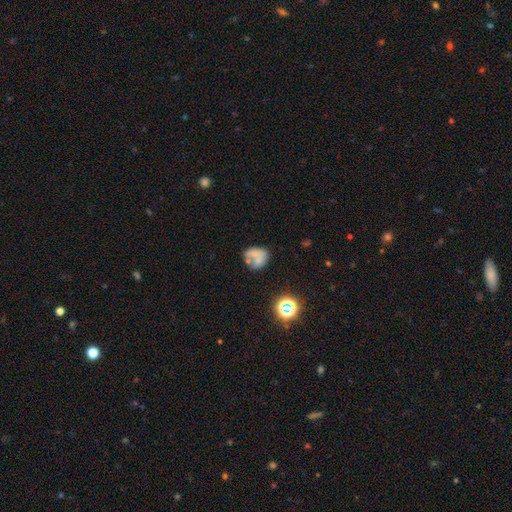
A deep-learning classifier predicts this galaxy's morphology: smooth-or-featured: smooth: 56% | featured or disk: 29% | star or artifact: 16%
  how-rounded: round: 55% | in between: 43% | cigar-shaped: 1%
  merging: none: 41% | minor disturbance: 22% | merger: 19% | major disturbance: 18%